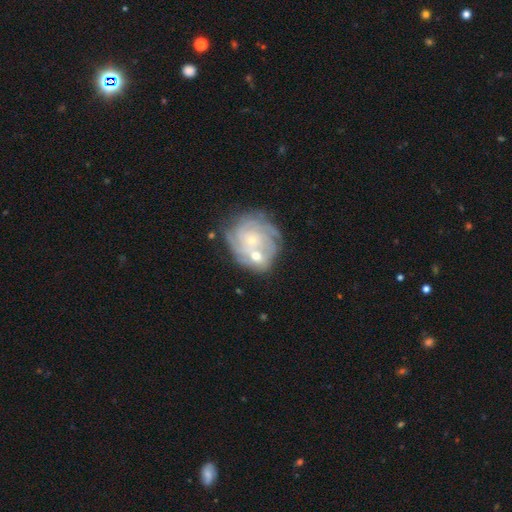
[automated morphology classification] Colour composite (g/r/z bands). It shows a featured or disk galaxy (76%) with no bar (77%), tight (70%) spiral arms (91%) and a small central bulge (68%). Merging: merger (48%).